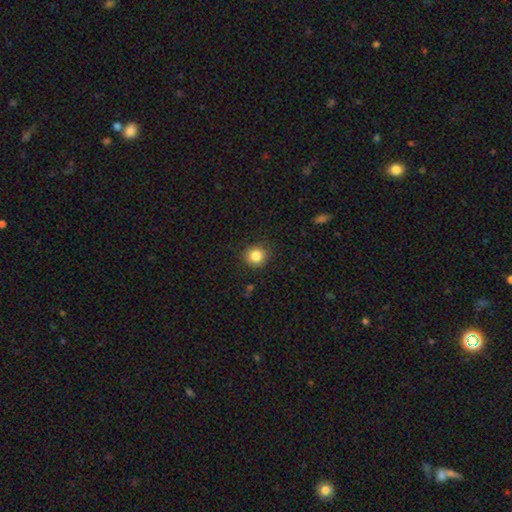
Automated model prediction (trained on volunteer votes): Smooth or featured: smooth — 85% (star or artifact — 10%)
How rounded: round — 90% (in between — 9%)
Merging: none — 89% (minor disturbance — 8%)